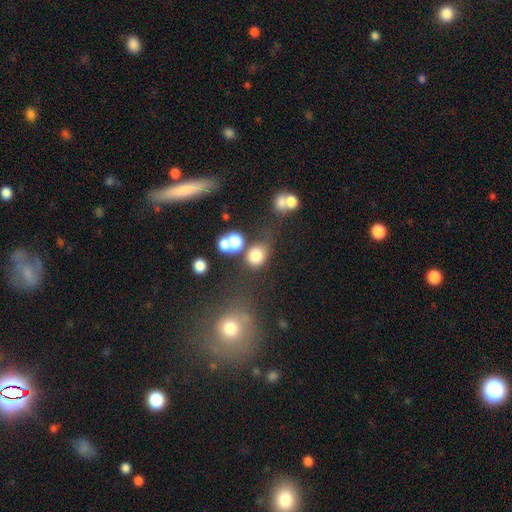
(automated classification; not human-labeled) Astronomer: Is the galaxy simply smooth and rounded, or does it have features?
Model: smooth — 76%.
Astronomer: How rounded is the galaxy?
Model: round — 60% (runner-up: in between, 39%).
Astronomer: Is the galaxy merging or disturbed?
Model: none — 55%.